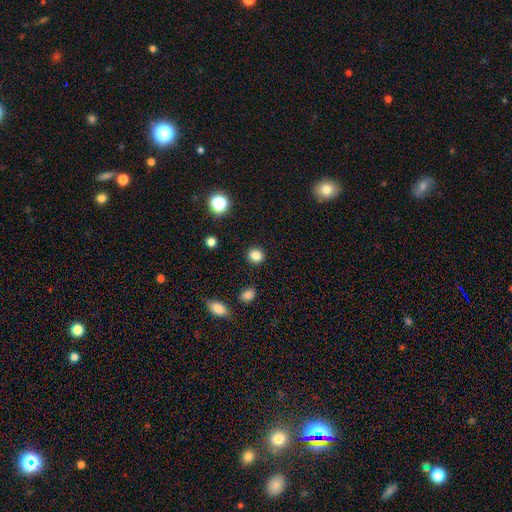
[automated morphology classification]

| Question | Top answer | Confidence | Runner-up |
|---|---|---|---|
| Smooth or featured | smooth | 83% | star or artifact (12%) |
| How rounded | round | 87% | in between (12%) |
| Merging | none | 91% | minor disturbance (6%) |